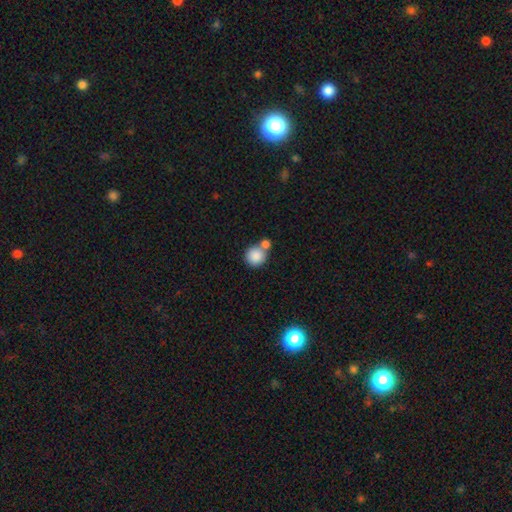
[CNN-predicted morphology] A smooth galaxy with no disk features (85%) that is round (91%).

Vote fractions:
- Smooth or featured? smooth: 85% / star or artifact: 8% / featured or disk: 6%
- How rounded? round: 91% / in between: 8% / cigar-shaped: 1%
- Merging? none: 51% / merger: 37% / minor disturbance: 8% / major disturbance: 3%